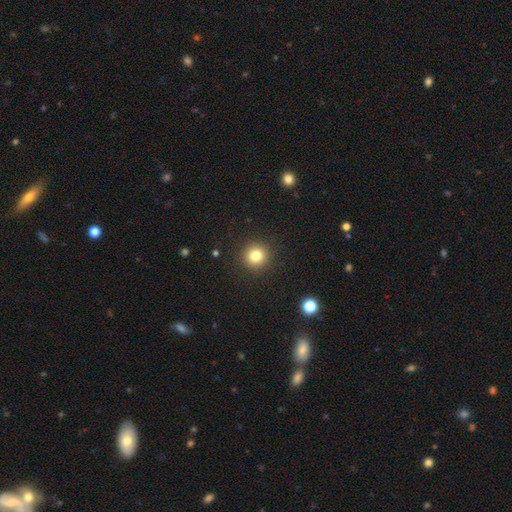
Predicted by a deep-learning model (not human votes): A smooth galaxy with no disk features (80%) that is round (95%).

Vote fractions:
- Smooth or featured? smooth: 80% / star or artifact: 13% / featured or disk: 7%
- How rounded? round: 95% / in between: 5% / cigar-shaped: 1%
- Merging? none: 92% / minor disturbance: 5% / major disturbance: 2% / merger: 1%